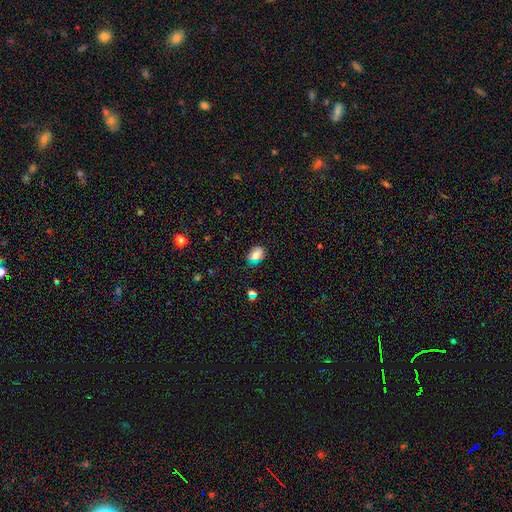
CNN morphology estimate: smooth_or_featured: smooth (p=0.76) [alt: star or artifact p=0.15]
how_rounded: in between (p=0.77) [alt: round p=0.21]
merging: none (p=0.75) [alt: minor disturbance p=0.18]